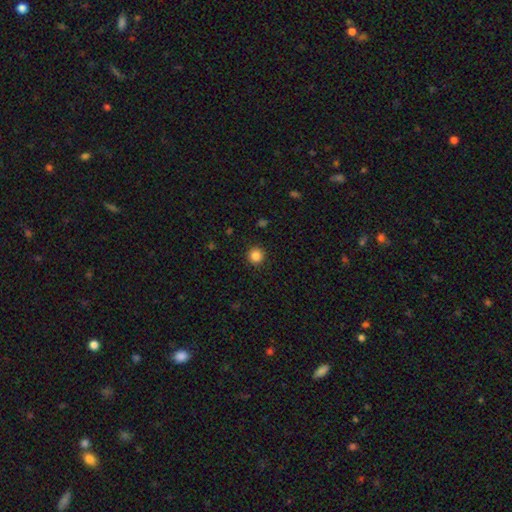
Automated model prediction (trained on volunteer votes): This appears to be a smooth galaxy with no disk features (86%) that is round (95%). Merging: none (92%).